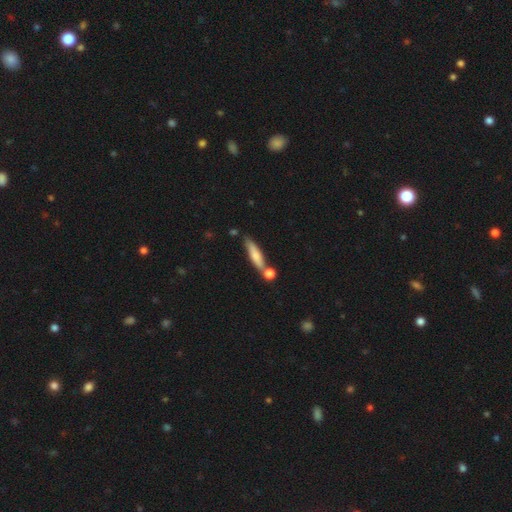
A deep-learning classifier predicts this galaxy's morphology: Smooth or featured: smooth — 67% (featured or disk — 27%)
How rounded: cigar-shaped — 80% (in between — 18%)
Merging: none — 60% (merger — 22%)